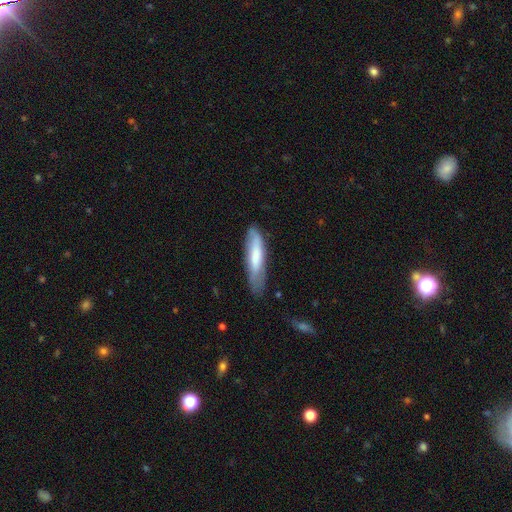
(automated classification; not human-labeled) smooth_or_featured: smooth (p=0.66) [alt: featured or disk p=0.28]
how_rounded: cigar-shaped (p=0.73) [alt: in between p=0.26]
merging: none (p=0.63) [alt: minor disturbance p=0.27]